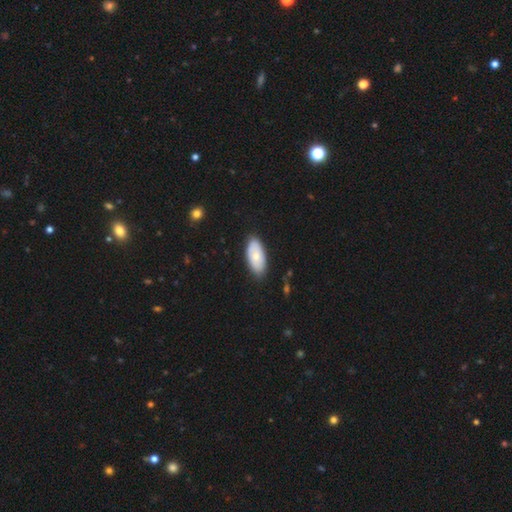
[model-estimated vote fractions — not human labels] Smooth or featured: smooth — 65% (featured or disk — 30%)
How rounded: in between — 92% (cigar-shaped — 5%)
Merging: none — 82% (minor disturbance — 14%)